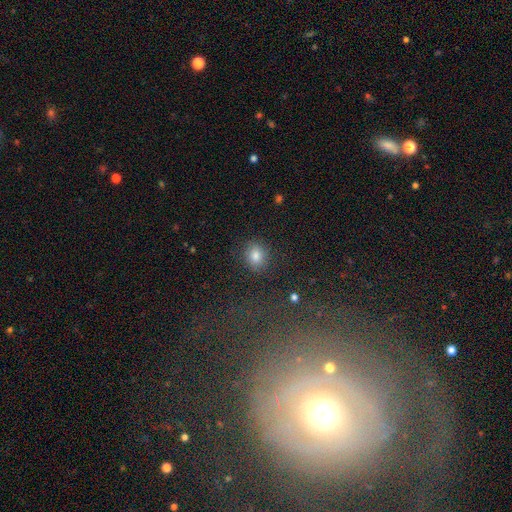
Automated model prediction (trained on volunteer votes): A smooth galaxy with no disk features (82%) that is round (65%). Merging: none (86%).